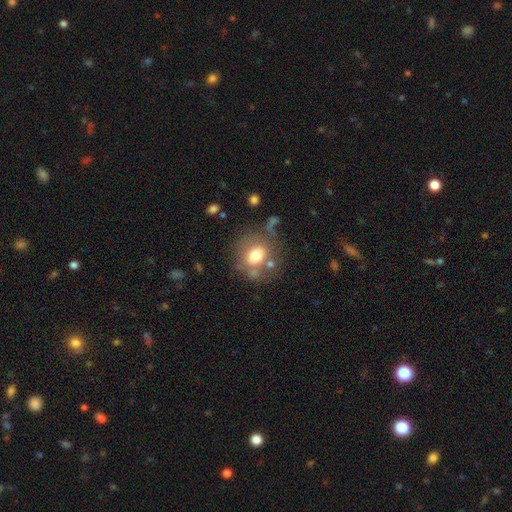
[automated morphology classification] smooth 68%, featured or disk 22%, star or artifact 10%. Down the decision tree: how rounded — round (66%); merging — none (58%).